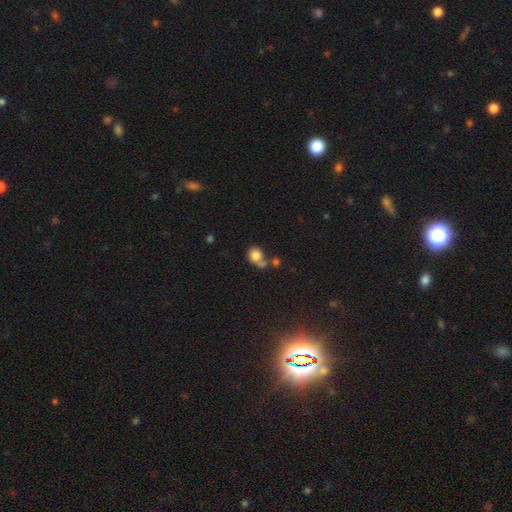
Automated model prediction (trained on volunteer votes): Smooth or featured?
  - smooth: 77% *
  - featured or disk: 13%
  - star or artifact: 10%
How rounded?
  - round: 70% *
  - in between: 28%
  - cigar-shaped: 1%
Merging?
  - merger: 38% *
  - none: 34%
  - minor disturbance: 15%
  - major disturbance: 13%